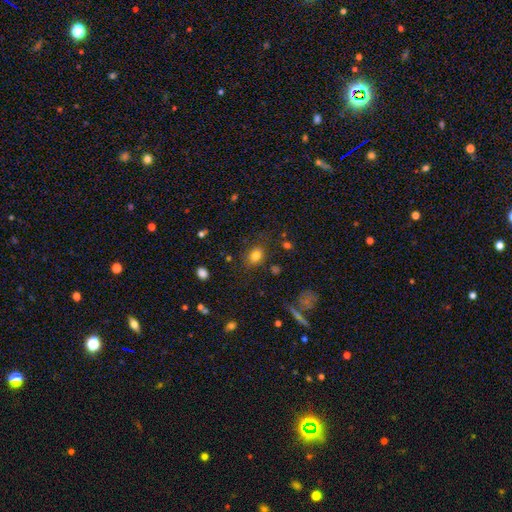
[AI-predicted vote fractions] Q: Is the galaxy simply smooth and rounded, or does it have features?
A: smooth — 80%.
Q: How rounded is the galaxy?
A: in between — 54%.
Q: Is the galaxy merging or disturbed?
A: none — 80%.